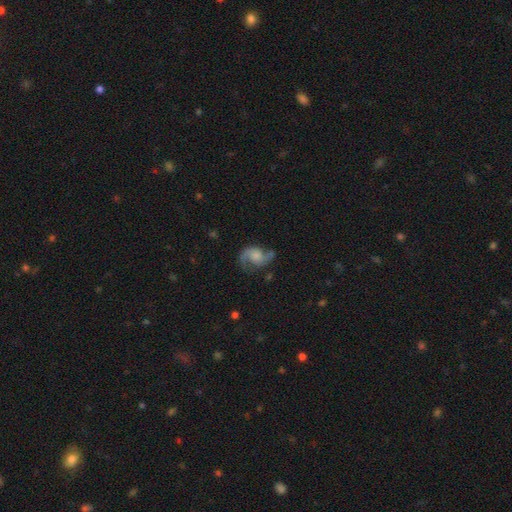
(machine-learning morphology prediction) Q: Smooth or featured?
A: featured or disk (79%); runner-up: smooth (14%)
Q: Edge-on disk?
A: no (98%); runner-up: yes (2%)
Q: Bar?
A: no (69%); runner-up: weak (27%)
Q: Spiral arms?
A: yes (95%); runner-up: no (5%)
Q: Spiral winding?
A: loose (49%); runner-up: medium (41%)
Q: Spiral arm count?
A: 2 (89%); runner-up: 1 (5%)
Q: Bulge size?
A: small (29%); runner-up: moderate (27%)
Q: Merging?
A: none (64%); runner-up: minor disturbance (20%)